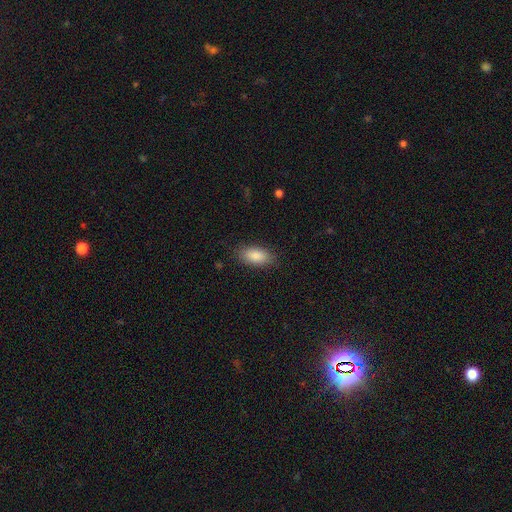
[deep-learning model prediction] A smooth galaxy with no disk features (88%) that is in between round and cigar-shaped (91%). Merging: none (85%).